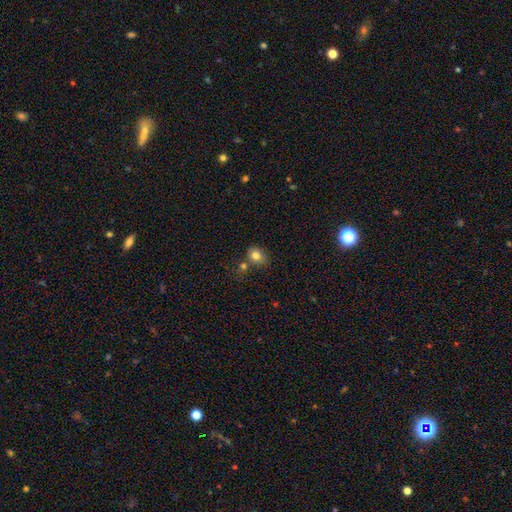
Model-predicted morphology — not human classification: Smooth or featured?
  - smooth: 81% *
  - star or artifact: 10%
  - featured or disk: 8%
How rounded?
  - in between: 50% *
  - round: 49%
  - cigar-shaped: 1%
Merging?
  - none: 61% *
  - merger: 18%
  - minor disturbance: 16%
  - major disturbance: 5%